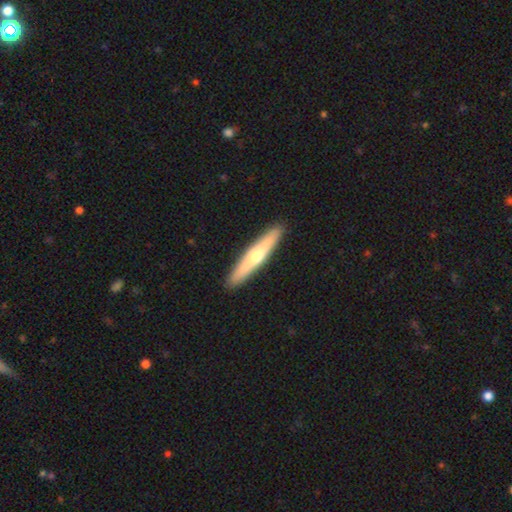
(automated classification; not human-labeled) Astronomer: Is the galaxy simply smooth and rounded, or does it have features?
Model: smooth — 50% (runner-up: featured or disk, 45%).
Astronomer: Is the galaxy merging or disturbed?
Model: none — 92%.